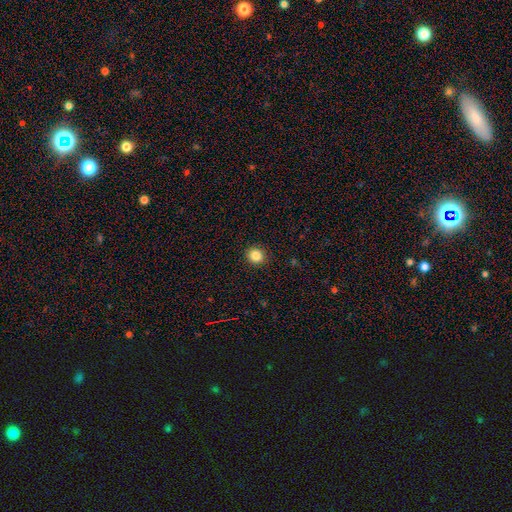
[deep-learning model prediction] Smooth or featured? Predicted: smooth (p=0.85). How rounded? Predicted: round (p=0.87). Merging? Predicted: none (p=0.92).